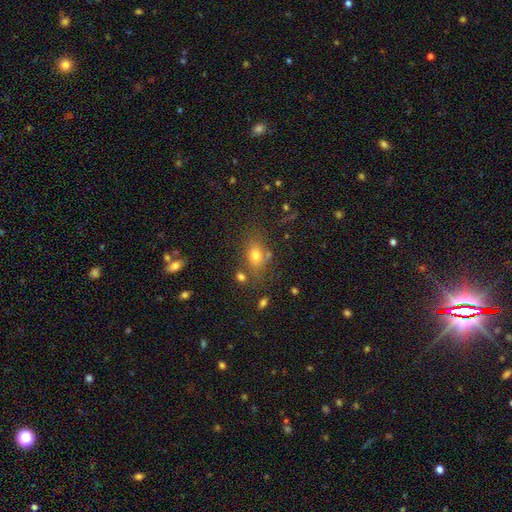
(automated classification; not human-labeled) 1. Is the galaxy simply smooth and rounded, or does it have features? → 70% smooth, 18% star or artifact, 12% featured or disk.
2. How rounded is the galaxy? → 65% in between, 32% round, 3% cigar-shaped.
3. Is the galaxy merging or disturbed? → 68% none, 16% minor disturbance, 10% merger, 6% major disturbance.